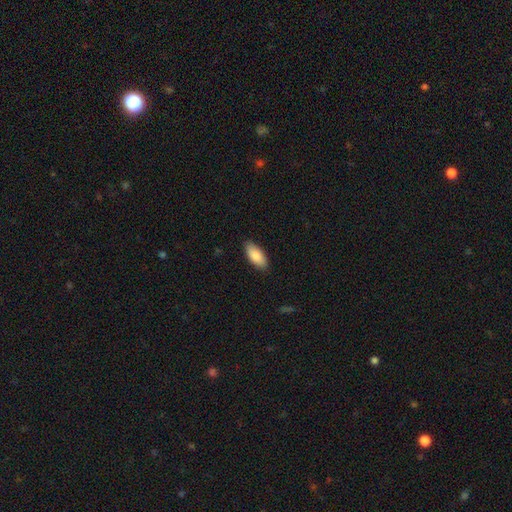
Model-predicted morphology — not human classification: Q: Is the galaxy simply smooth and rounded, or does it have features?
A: smooth — 87%.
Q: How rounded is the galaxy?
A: in between — 88%.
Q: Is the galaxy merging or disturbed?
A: none — 87%.